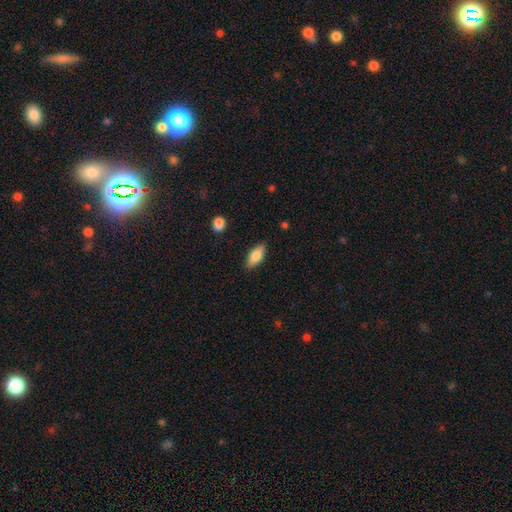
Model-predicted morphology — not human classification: Q: Smooth or featured?
A: smooth (80%); runner-up: featured or disk (14%)
Q: How rounded?
A: in between (80%); runner-up: cigar-shaped (17%)
Q: Merging?
A: none (86%); runner-up: minor disturbance (11%)